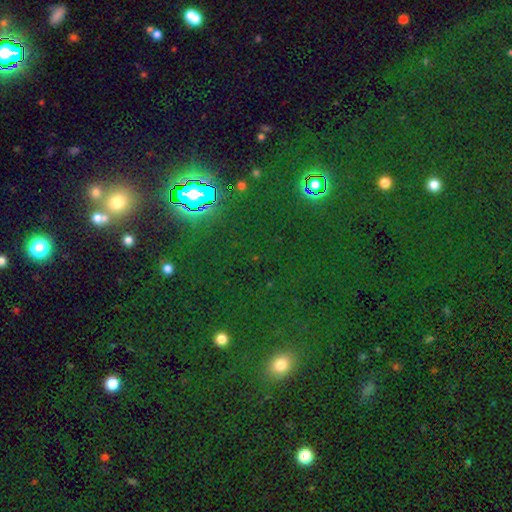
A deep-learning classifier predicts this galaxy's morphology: This is likely a star or artifact rather than a galaxy (66%).